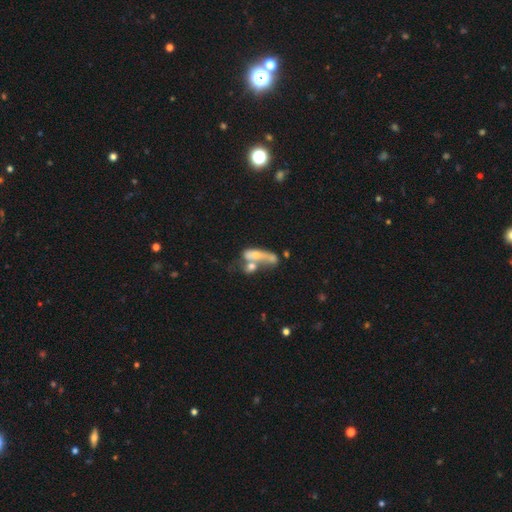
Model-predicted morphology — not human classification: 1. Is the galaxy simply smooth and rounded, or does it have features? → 51% smooth, 39% featured or disk, 10% star or artifact.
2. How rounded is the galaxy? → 53% in between, 39% cigar-shaped, 8% round.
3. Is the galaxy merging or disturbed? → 56% merger, 17% none, 16% major disturbance, 10% minor disturbance.